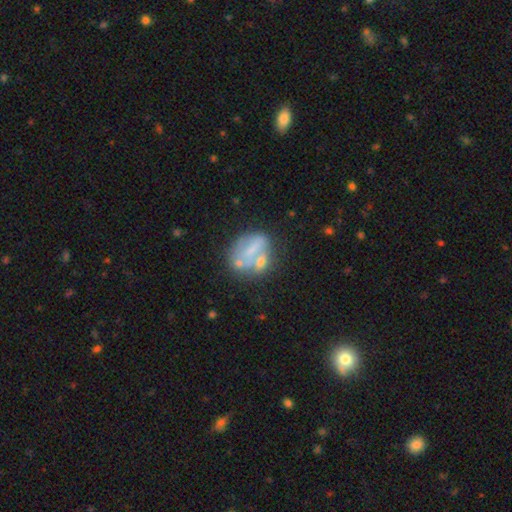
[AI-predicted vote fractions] This appears to be a featured or disk galaxy (51%). Merging: none (41%).